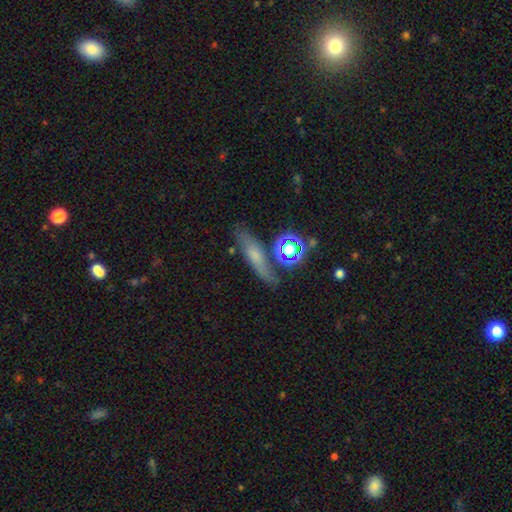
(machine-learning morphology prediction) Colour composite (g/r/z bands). It shows a smooth galaxy with no disk features (51%) that is cigar-shaped (64%). Merging: none (75%).